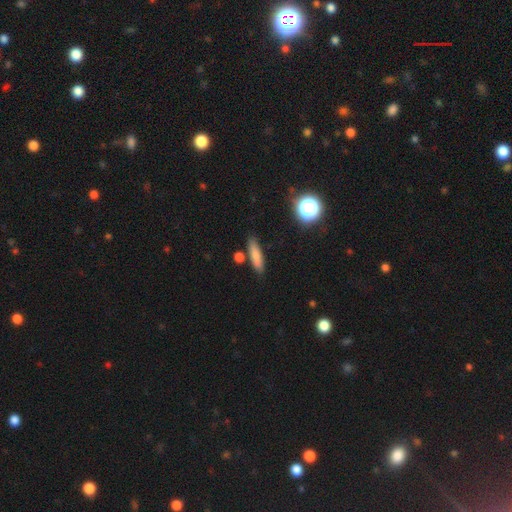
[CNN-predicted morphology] Overall: smooth (77%). How rounded: cigar-shaped (68%; in between 28%). Merging: none (81%).